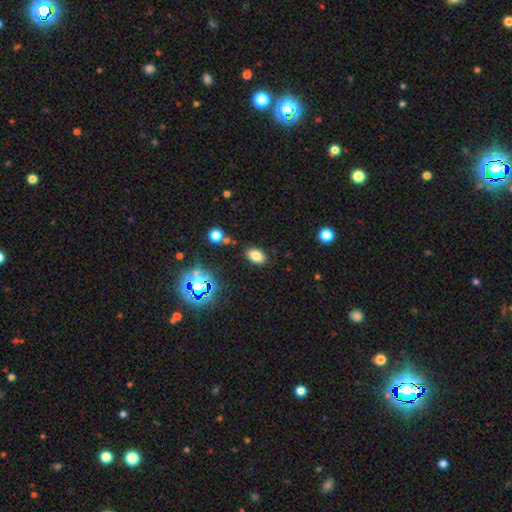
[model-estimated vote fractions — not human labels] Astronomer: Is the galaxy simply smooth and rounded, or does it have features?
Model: smooth — 77%.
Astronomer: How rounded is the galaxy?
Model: in between — 88%.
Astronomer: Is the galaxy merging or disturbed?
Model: none — 84%.